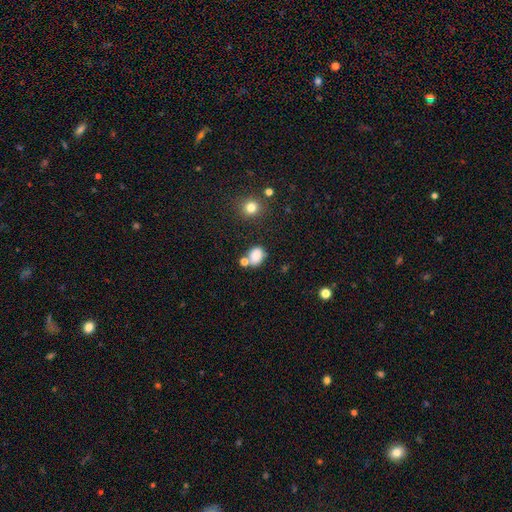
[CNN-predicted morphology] A smooth galaxy with no disk features (83%) that is in between round and cigar-shaped (61%).

Vote fractions:
- Smooth or featured? smooth: 83% / star or artifact: 11% / featured or disk: 6%
- How rounded? in between: 61% / round: 38% / cigar-shaped: 1%
- Merging? none: 57% / merger: 19% / minor disturbance: 18% / major disturbance: 6%